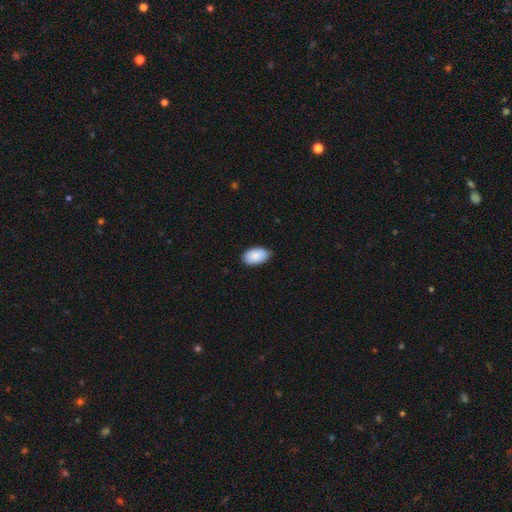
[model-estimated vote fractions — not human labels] Smooth or featured?
  - smooth: 88% *
  - star or artifact: 6%
  - featured or disk: 5%
How rounded?
  - in between: 94% *
  - round: 5%
  - cigar-shaped: 1%
Merging?
  - none: 81% *
  - minor disturbance: 16%
  - major disturbance: 2%
  - merger: 1%